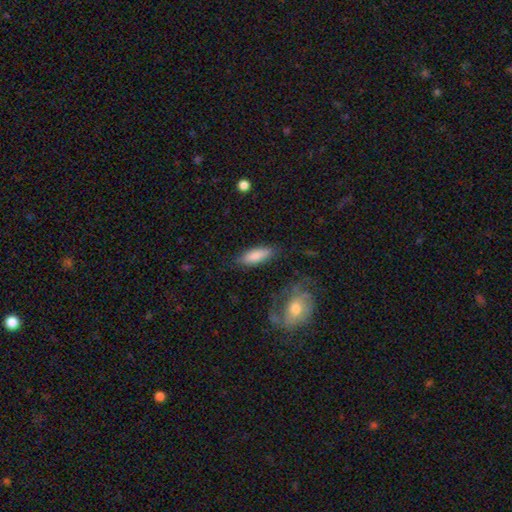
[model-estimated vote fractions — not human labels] This appears to be a smooth galaxy with no disk features (83%) that is in between round and cigar-shaped (64%). Merging: none (79%).